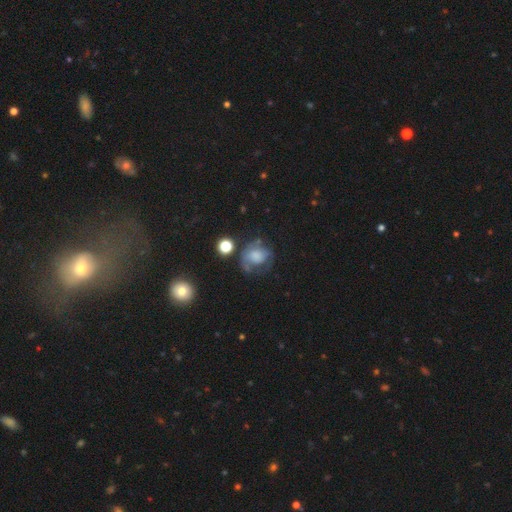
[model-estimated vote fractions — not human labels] The model was most divided on "smooth or featured": smooth: 47%, featured or disk: 42%, star or artifact: 11%. Remaining: merging — none (39%).